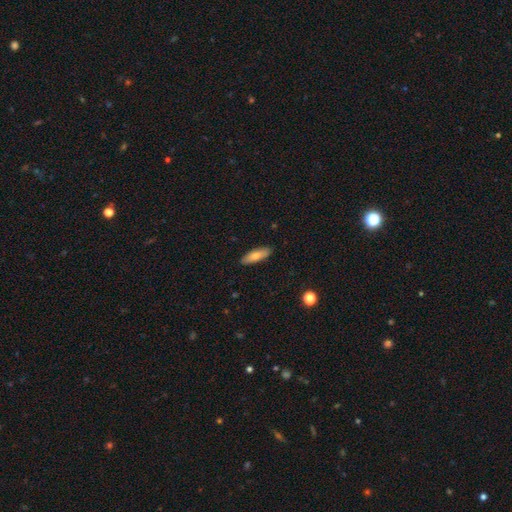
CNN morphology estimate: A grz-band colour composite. It shows a smooth galaxy with no disk features (74%) that is in between round and cigar-shaped (49%). Merging: none (88%).